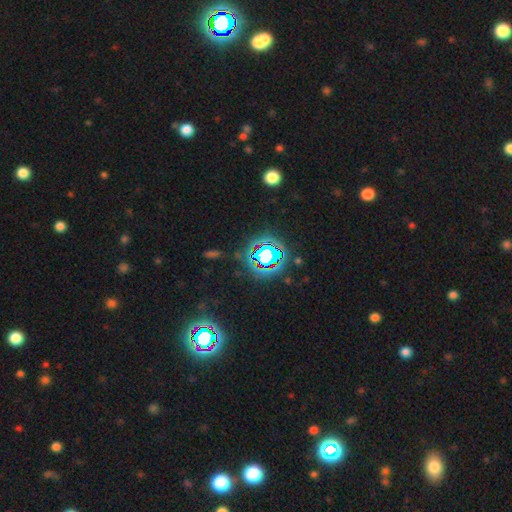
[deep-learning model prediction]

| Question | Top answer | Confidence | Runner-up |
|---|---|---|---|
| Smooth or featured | star or artifact | 77% | smooth (14%) |